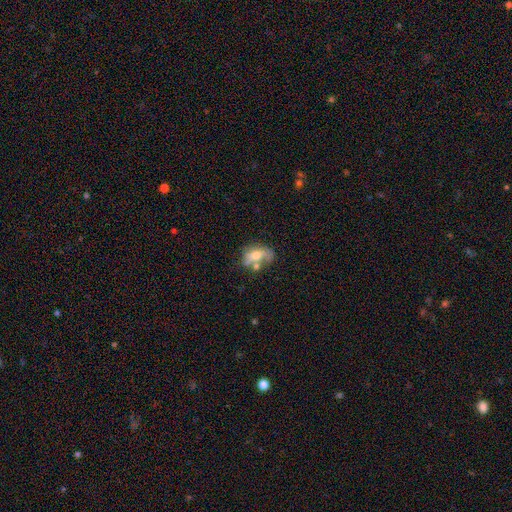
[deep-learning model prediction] A smooth galaxy with no disk features (52%) that is in between round and cigar-shaped (83%). Merging: none (32%).